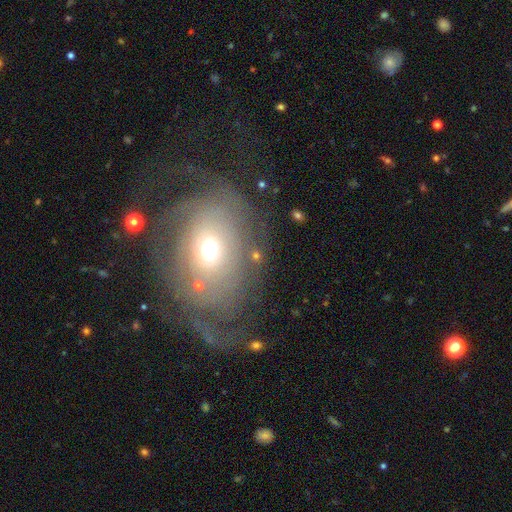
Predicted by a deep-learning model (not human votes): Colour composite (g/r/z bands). It shows a smooth galaxy with no disk features (47%). Merging: none (59%).